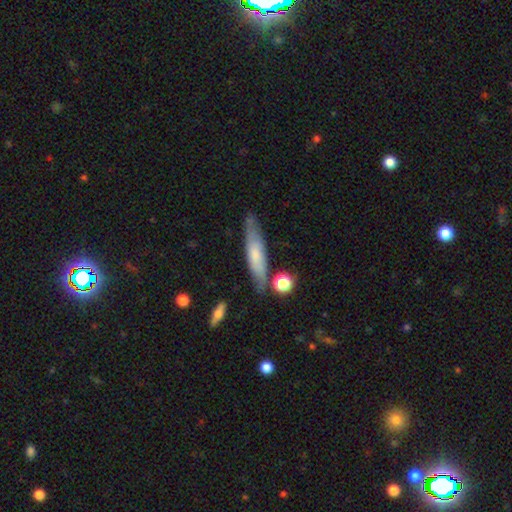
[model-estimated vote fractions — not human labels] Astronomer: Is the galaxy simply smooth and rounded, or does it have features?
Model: smooth — 57% (runner-up: featured or disk, 37%).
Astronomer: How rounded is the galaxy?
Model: cigar-shaped — 79%.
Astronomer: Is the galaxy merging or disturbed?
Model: none — 73%.